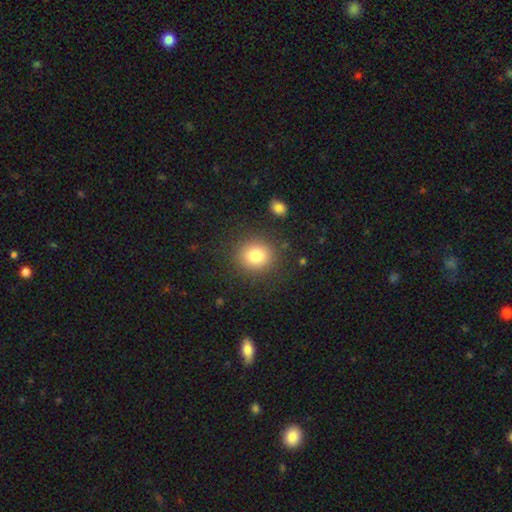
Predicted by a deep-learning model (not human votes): This appears to be a smooth galaxy with no disk features (82%) that is round (82%). Merging: none (86%).